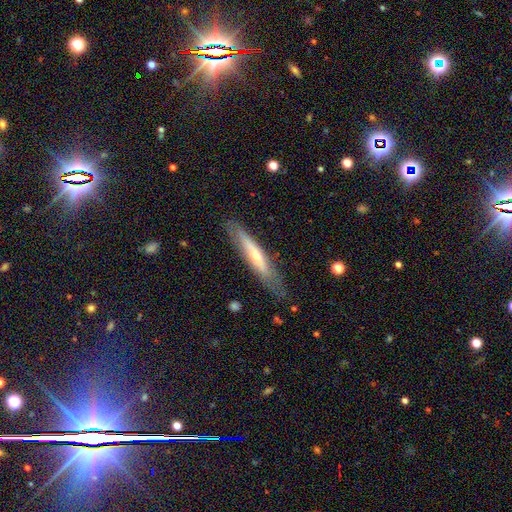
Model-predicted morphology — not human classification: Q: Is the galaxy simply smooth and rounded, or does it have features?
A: featured or disk — 54%.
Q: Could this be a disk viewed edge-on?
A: yes — 82%.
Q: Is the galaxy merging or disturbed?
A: none — 80%.